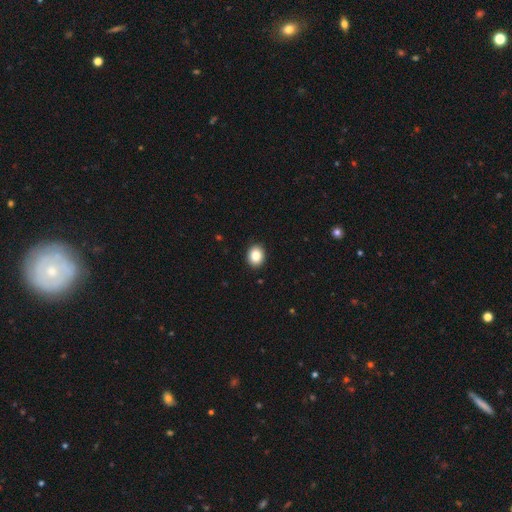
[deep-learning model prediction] Q: Smooth or featured?
A: smooth (87%); runner-up: star or artifact (9%)
Q: How rounded?
A: round (50%); runner-up: in between (49%)
Q: Merging?
A: none (91%); runner-up: minor disturbance (7%)